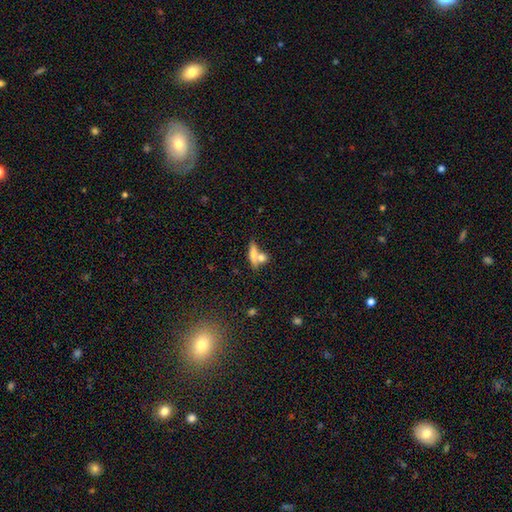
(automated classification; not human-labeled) Smooth or featured: smooth — 66% (featured or disk — 25%)
How rounded: cigar-shaped — 51% (in between — 36%)
Merging: merger — 47% (none — 40%)